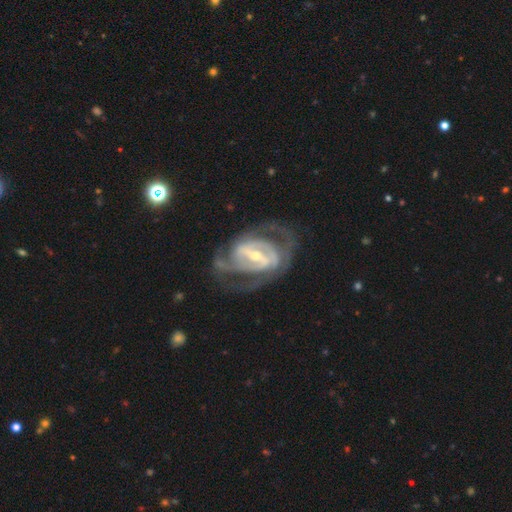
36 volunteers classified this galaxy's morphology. type=featured or disk (97%); edge-on=no (97%); bar=strong (71%); spiral arms=yes (94%); winding=tight (56%); arm count=2 (47%); bulge=small (53%); merging=none (57%).